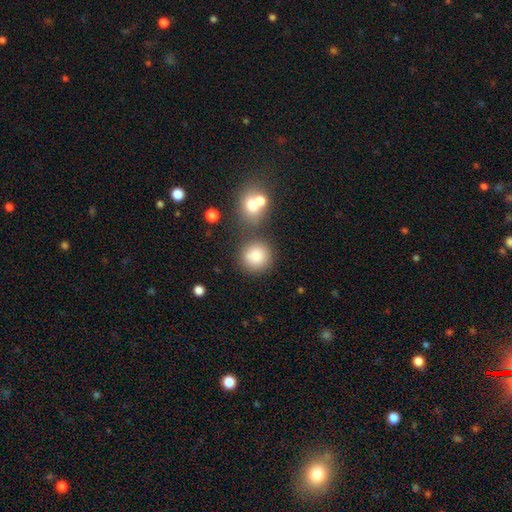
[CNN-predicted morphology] Smooth or featured?
  - smooth: 82% *
  - star or artifact: 11%
  - featured or disk: 8%
How rounded?
  - round: 92% *
  - in between: 7%
  - cigar-shaped: 1%
Merging?
  - none: 72% *
  - merger: 14%
  - minor disturbance: 10%
  - major disturbance: 4%